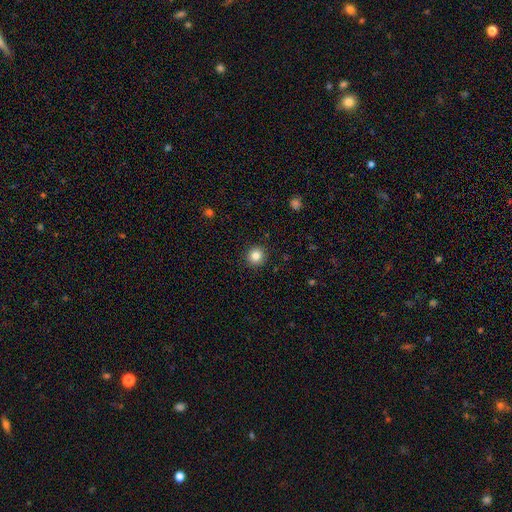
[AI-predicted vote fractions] The model was most divided on "smooth or featured": smooth: 84%, star or artifact: 11%, featured or disk: 6%. More confident: how rounded — round (92%); merging — none (92%).